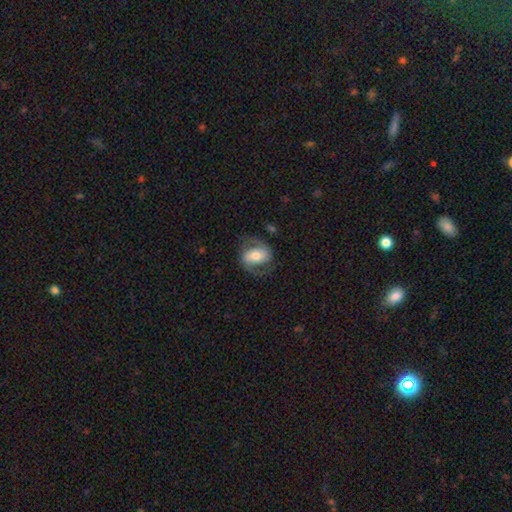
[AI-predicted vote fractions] This is likely a featured or disk galaxy (63%). It is clearly not viewed edge-on (96%). Bar: marginally no (38%). Spiral arm pattern: clearly yes (84%). Spiral arm count: clearly 2 (88%). Spiral winding: possibly medium (48%). Central bulge: likely moderate (67%). Merging: likely none (69%).